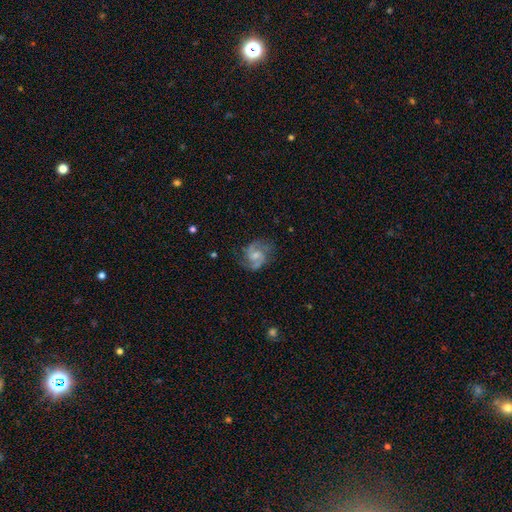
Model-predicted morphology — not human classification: smooth-or-featured: featured or disk: 76% | smooth: 17% | star or artifact: 7%
  disk-edge-on: no: 98% | yes: 2%
    bar: no: 47% | weak: 45% | strong: 8%
    has-spiral-arms: yes: 94% | no: 6%
      spiral-winding: medium: 53% | loose: 25% | tight: 21%
      spiral-arm-count: 2: 84% | can't tell: 7% | 3: 4% | 1: 2% | 4: 1% | more than 4: 1%
    bulge-size: moderate: 44% | small: 40% | none: 11% | large: 5% | dominant: 1%
  merging: none: 69% | minor disturbance: 19% | major disturbance: 10% | merger: 2%